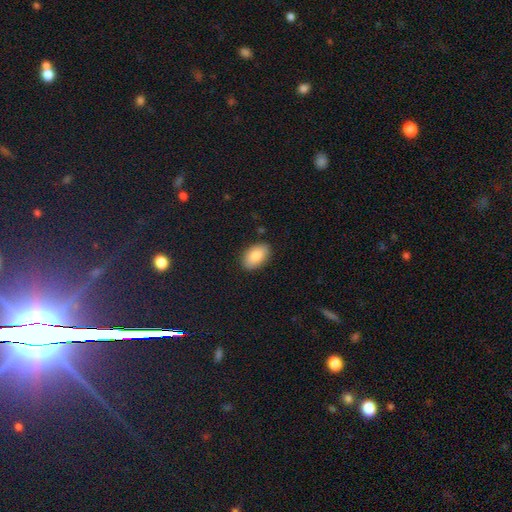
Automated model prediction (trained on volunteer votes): A smooth galaxy with no disk features (85%) that is in between round and cigar-shaped (93%).

Vote fractions:
- Smooth or featured? smooth: 85% / featured or disk: 8% / star or artifact: 7%
- How rounded? in between: 93% / round: 6% / cigar-shaped: 1%
- Merging? none: 87% / minor disturbance: 10% / major disturbance: 2% / merger: 1%